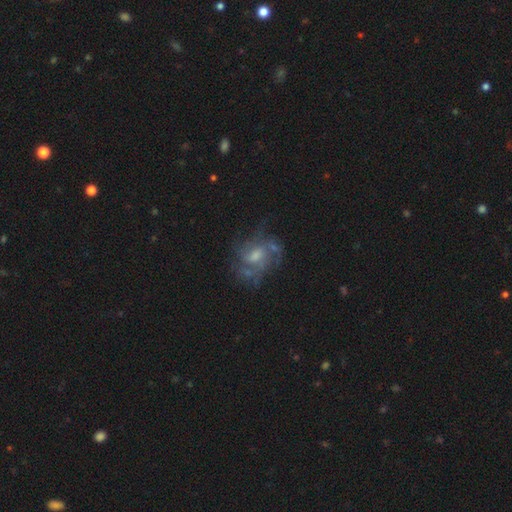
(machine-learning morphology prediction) featured or disk 75%, smooth 14%, star or artifact 11%. Down the decision tree: edge-on disk — no (97%); bar — no (52%); spiral arms — yes (84%); spiral arm count — can't tell (34%); spiral winding — medium (47%); bulge size — moderate (54%); merging — none (58%).